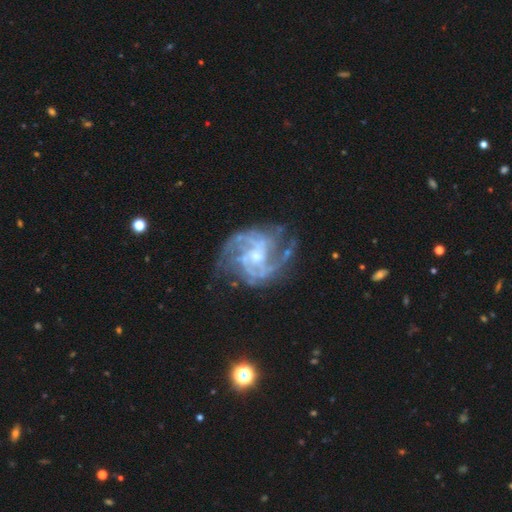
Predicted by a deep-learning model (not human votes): Smooth or featured: featured or disk — 90% (star or artifact — 6%)
Edge-on disk: no — 98% (yes — 2%)
Bar: no — 52% (weak — 38%)
Spiral arms: yes — 96% (no — 4%)
Spiral winding: medium — 50% (tight — 32%)
Spiral arm count: 2 — 46% (can't tell — 18%)
Bulge size: small — 55% (moderate — 37%)
Merging: none — 67% (minor disturbance — 18%)